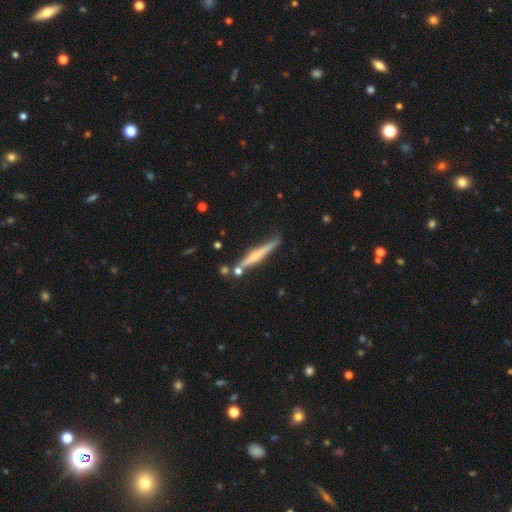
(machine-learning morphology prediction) A featured or disk galaxy (60%) viewed edge-on (97%) with a rounded central bulge (58%).

Vote fractions:
- Smooth or featured? featured or disk: 60% / smooth: 34% / star or artifact: 7%
- Edge-on disk? yes: 97% / no: 3%
- Edge-on bulge? rounded: 58% / none: 29% / boxy: 13%
- Merging? none: 75% / minor disturbance: 13% / merger: 9% / major disturbance: 3%